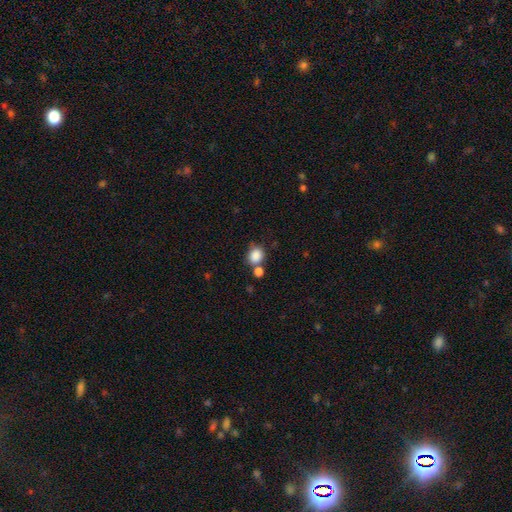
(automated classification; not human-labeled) This appears to be a smooth galaxy with no disk features (85%) that is round (71%). Merging: none (57%).